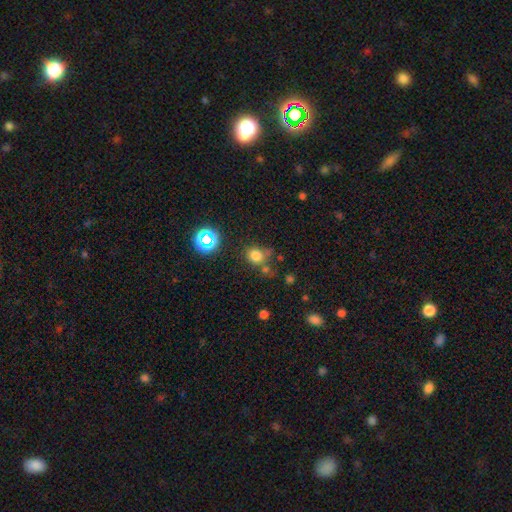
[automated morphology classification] This is likely a smooth galaxy (74%). How rounded: likely round (76%). Merging: likely none (61%).